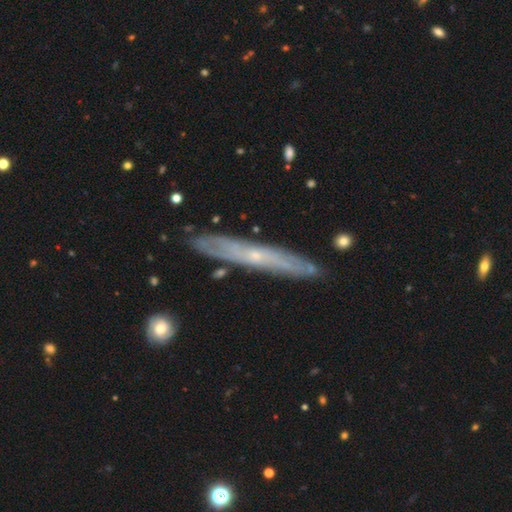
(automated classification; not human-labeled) smooth_or_featured: featured or disk (p=0.70) [alt: smooth p=0.23]
disk_edge_on: yes (p=0.73) [alt: no p=0.27]
edge_on_bulge: rounded (p=0.49) [tied with: none p=0.49]
merging: none (p=0.85) [alt: minor disturbance p=0.11]